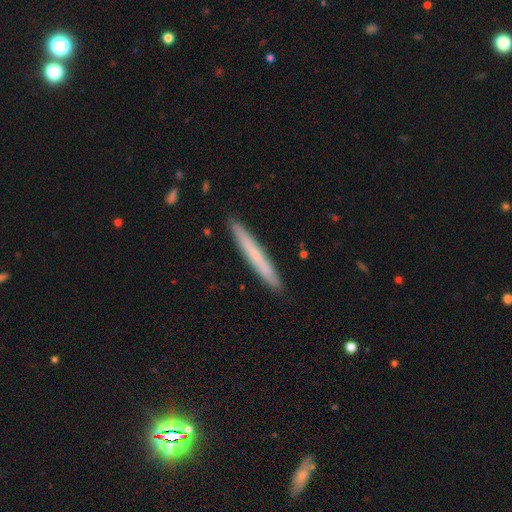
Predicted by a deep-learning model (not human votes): This is possibly a smooth galaxy (59%). How rounded: clearly cigar-shaped (97%). Merging: clearly none (91%).